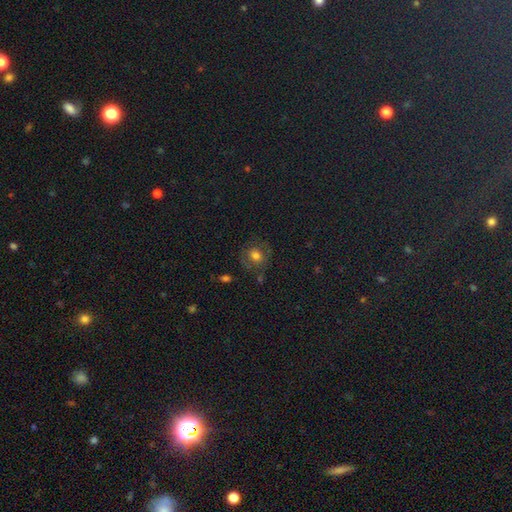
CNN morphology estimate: Smooth or featured: smooth — 64% (featured or disk — 22%)
How rounded: round — 78% (in between — 21%)
Merging: none — 73% (minor disturbance — 16%)